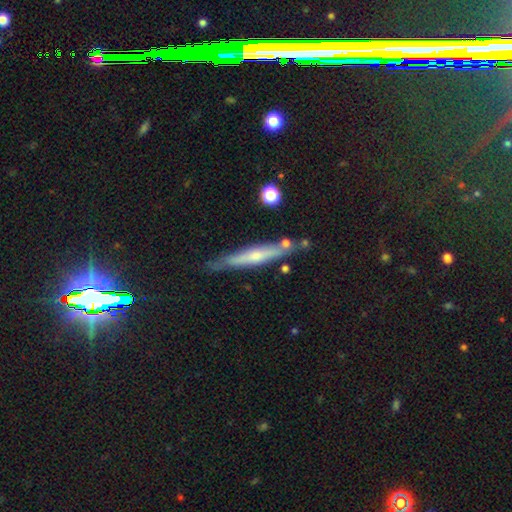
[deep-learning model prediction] Smooth or featured?
  - featured or disk: 57% *
  - smooth: 36%
  - star or artifact: 7%
Edge-on disk?
  - yes: 92% *
  - no: 8%
Edge-on bulge?
  - rounded: 65% *
  - none: 28%
  - boxy: 7%
Merging?
  - none: 74% *
  - minor disturbance: 17%
  - merger: 6%
  - major disturbance: 3%